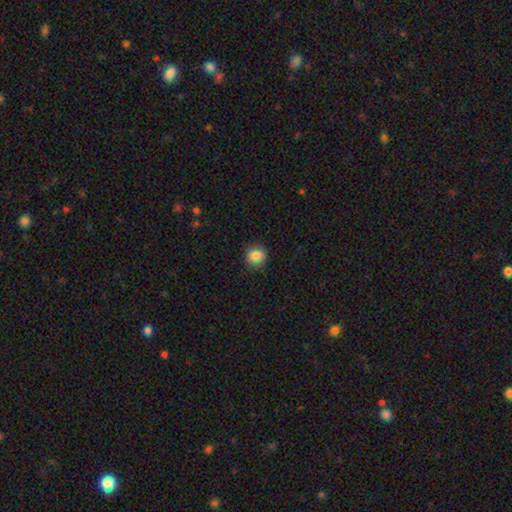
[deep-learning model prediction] Smooth or featured?
  - smooth: 86% *
  - star or artifact: 10%
  - featured or disk: 5%
How rounded?
  - round: 87% *
  - in between: 12%
  - cigar-shaped: 1%
Merging?
  - none: 86% *
  - minor disturbance: 10%
  - major disturbance: 3%
  - merger: 1%